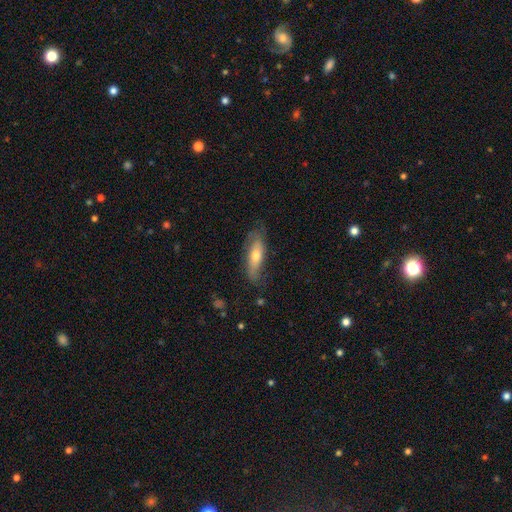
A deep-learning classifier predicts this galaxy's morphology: Smooth or featured? Predicted: smooth (p=0.55). How rounded? Predicted: in between (p=0.53). Merging? Predicted: none (p=0.66).